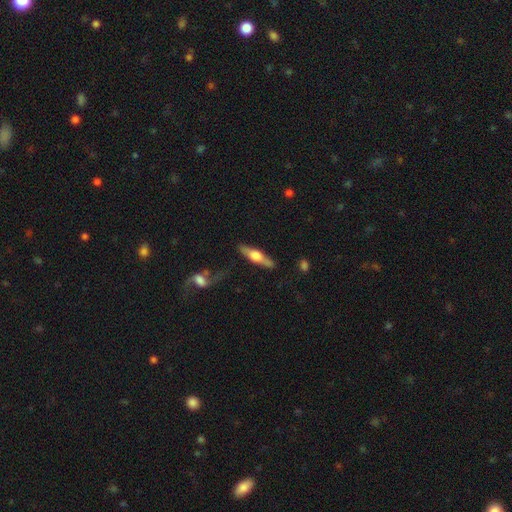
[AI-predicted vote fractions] Q: Smooth or featured?
A: featured or disk (60%); runner-up: smooth (35%)
Q: Edge-on disk?
A: yes (92%); runner-up: no (8%)
Q: Edge-on bulge?
A: rounded (90%); runner-up: boxy (7%)
Q: Merging?
A: none (81%); runner-up: minor disturbance (12%)